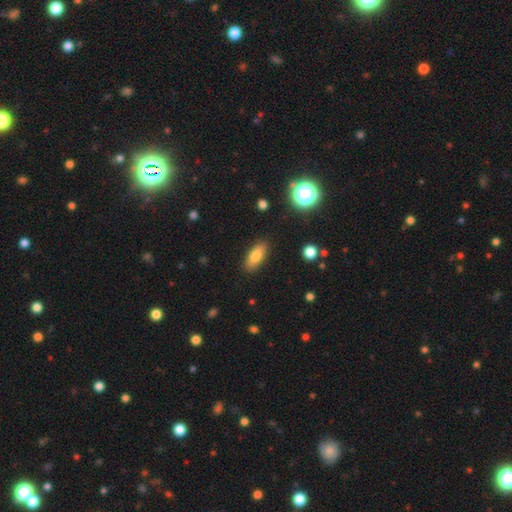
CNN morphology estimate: smooth_or_featured: smooth (p=0.78) [alt: featured or disk p=0.14]
how_rounded: in between (p=0.75) [alt: cigar-shaped p=0.22]
merging: none (p=0.87) [alt: minor disturbance p=0.09]